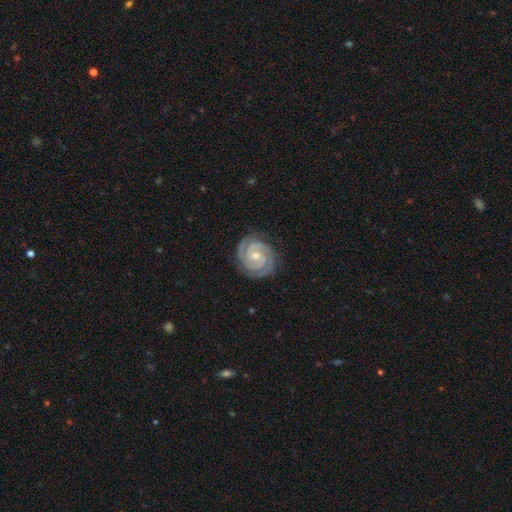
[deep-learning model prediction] This appears to be a featured or disk galaxy (93%) with no bar (55%), 2 (72%) tight (81%) spiral arms (99%) and a small central bulge (56%). Merging: none (84%).